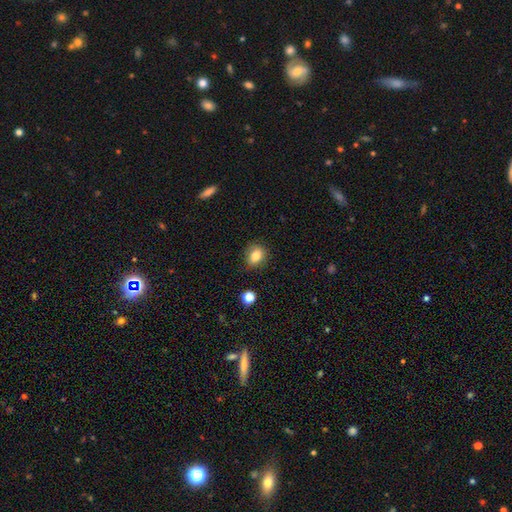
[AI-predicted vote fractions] This appears to be a smooth galaxy with no disk features (82%) that is in between round and cigar-shaped (51%). Merging: none (84%).